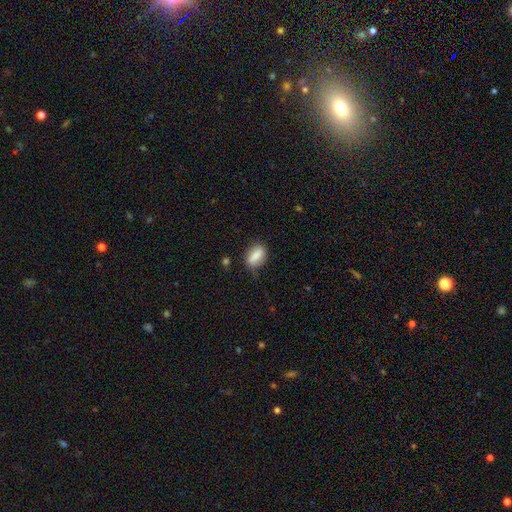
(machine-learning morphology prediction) Overall: smooth (77%). How rounded: in between (78%). Merging: none (70%).